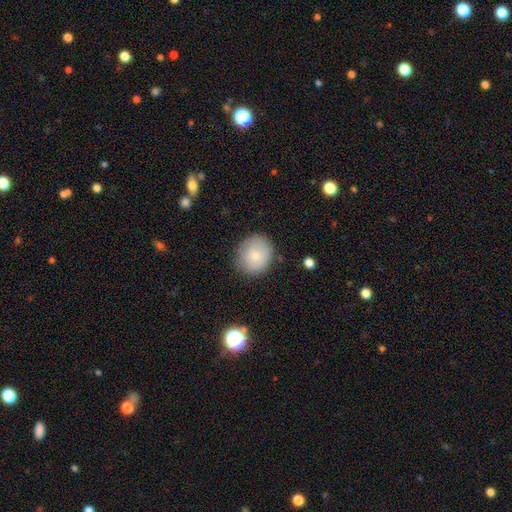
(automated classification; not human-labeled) Smooth or featured? smooth (79%)
How rounded? round (77%)
Merging? none (81%)